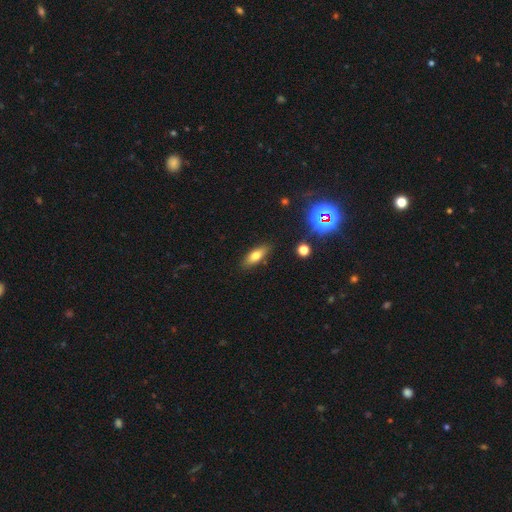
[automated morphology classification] smooth-or-featured: smooth: 72% | featured or disk: 18% | star or artifact: 11%
  how-rounded: in between: 70% | cigar-shaped: 27% | round: 4%
  merging: none: 85% | minor disturbance: 10% | major disturbance: 2% | merger: 2%